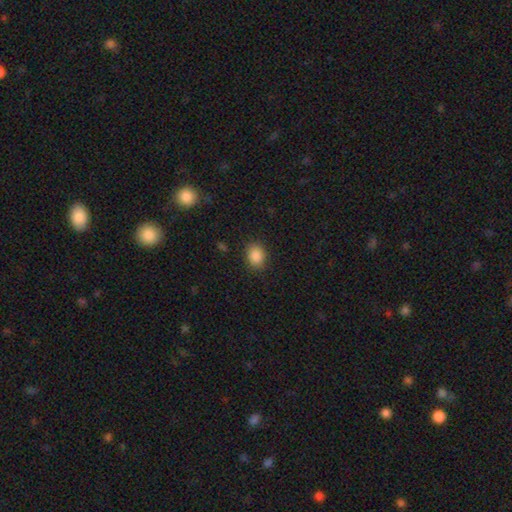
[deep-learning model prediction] Smooth or featured? Predicted: smooth (p=0.87). How rounded? Predicted: in between (p=0.55). Merging? Predicted: none (p=0.87).